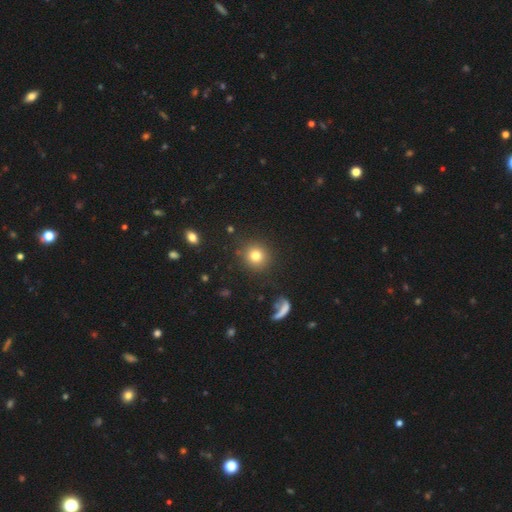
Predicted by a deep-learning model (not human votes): smooth_or_featured: smooth (p=0.79) [alt: star or artifact p=0.13]
how_rounded: round (p=0.92) [alt: in between p=0.07]
merging: none (p=0.89) [alt: minor disturbance p=0.06]